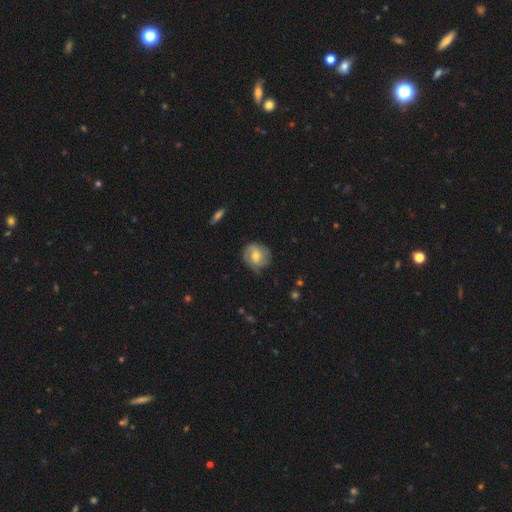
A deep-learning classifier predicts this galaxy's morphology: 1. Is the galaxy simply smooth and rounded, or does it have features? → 49% smooth, 43% featured or disk, 7% star or artifact.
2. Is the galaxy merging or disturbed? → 70% none, 22% minor disturbance, 6% major disturbance, 1% merger.